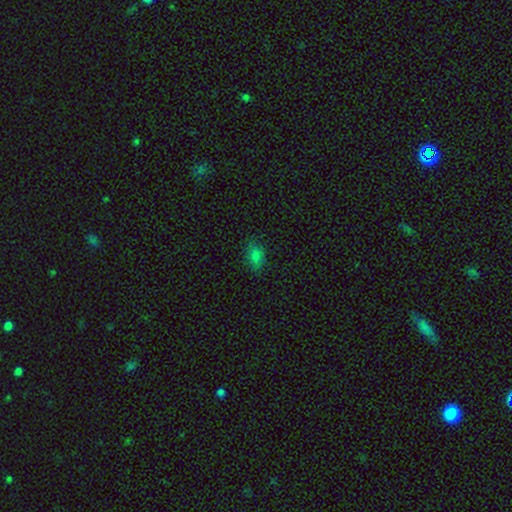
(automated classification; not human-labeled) The model was most divided on "smooth or featured": smooth: 77%, star or artifact: 17%, featured or disk: 7%. More confident: how rounded — in between (85%); merging — none (81%).